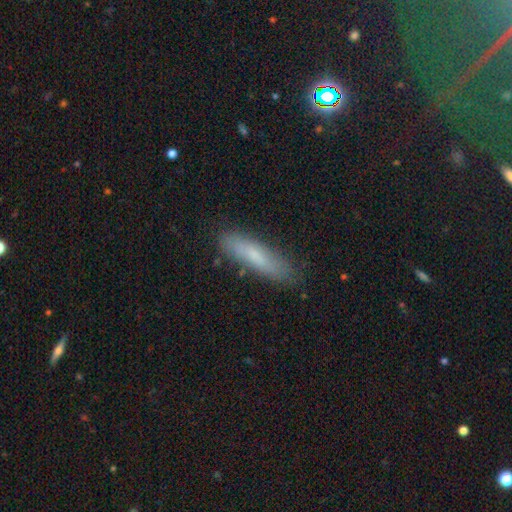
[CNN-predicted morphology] smooth 71%, featured or disk 22%, star or artifact 7%. Down the decision tree: how rounded — cigar-shaped (75%); merging — none (80%).